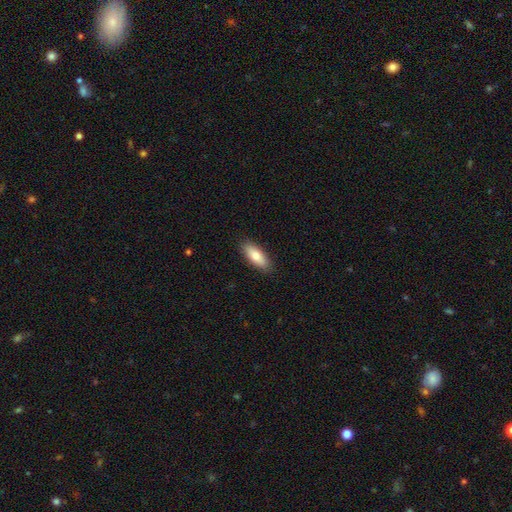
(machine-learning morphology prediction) Q: Smooth or featured?
A: smooth (79%); runner-up: featured or disk (15%)
Q: How rounded?
A: in between (75%); runner-up: cigar-shaped (23%)
Q: Merging?
A: none (89%); runner-up: minor disturbance (9%)